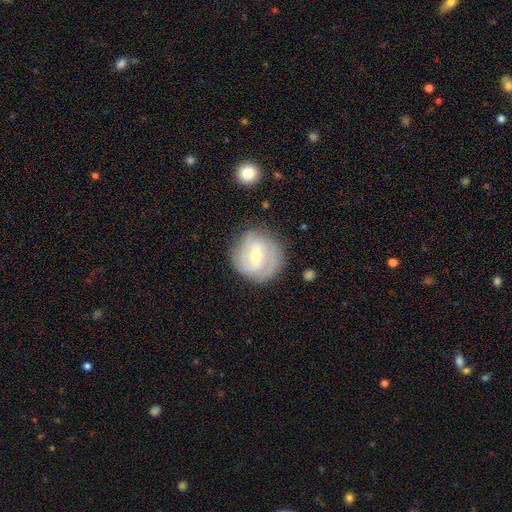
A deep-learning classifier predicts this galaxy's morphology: Overall: featured or disk (79%). Edge-on disk: no (97%). Bar: weak (56%; strong 23%). Spiral arms: yes (93%). Spiral arm count: 2 (39%; 3 25%). Spiral winding: tight (58%; medium 33%). Bulge size: moderate (60%; small 36%). Merging: none (81%).